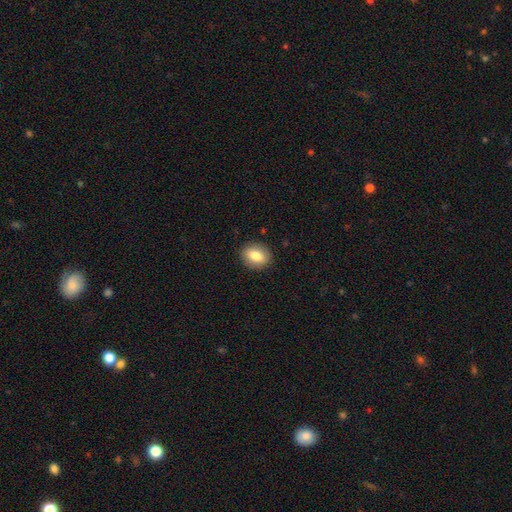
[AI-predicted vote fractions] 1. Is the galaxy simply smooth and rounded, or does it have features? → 79% smooth, 13% featured or disk, 8% star or artifact.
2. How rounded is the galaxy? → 57% in between, 41% round, 2% cigar-shaped.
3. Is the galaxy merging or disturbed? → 89% none, 8% minor disturbance, 2% major disturbance, 1% merger.